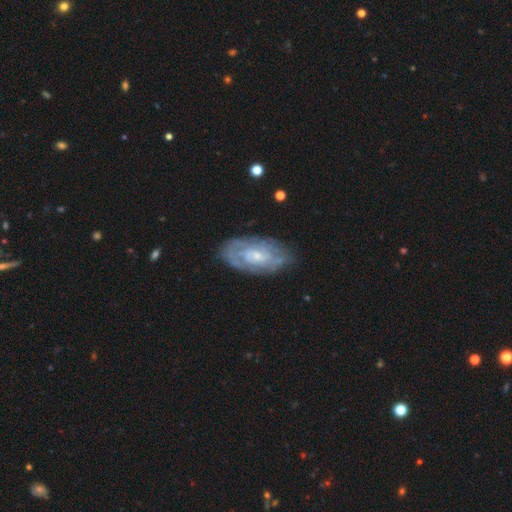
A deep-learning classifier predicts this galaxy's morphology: smooth-or-featured: featured or disk: 71% | smooth: 23% | star or artifact: 6%
  disk-edge-on: no: 93% | yes: 7%
    bar: no: 65% | weak: 30% | strong: 5%
    has-spiral-arms: yes: 75% | no: 25%
    bulge-size: small: 61% | moderate: 31% | none: 5% | large: 2% | dominant: 1%
  merging: none: 75% | minor disturbance: 18% | major disturbance: 5% | merger: 2%